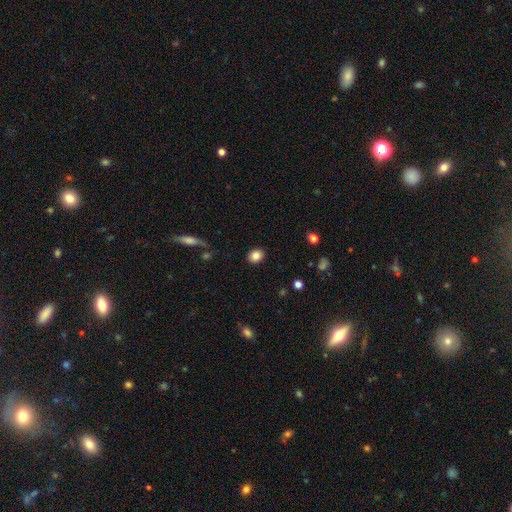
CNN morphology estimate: A smooth galaxy with no disk features (85%) that is round (53%). Merging: none (89%).